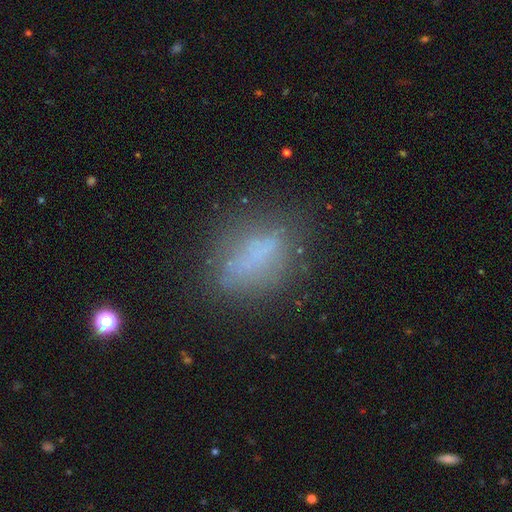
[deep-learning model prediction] Morphology: type=smooth (55%); roundness=in between (71%); merging=none (61%).